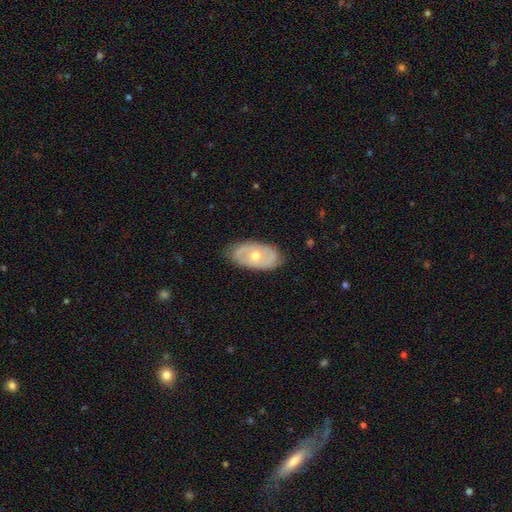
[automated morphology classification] Smooth or featured?
  - featured or disk: 62% *
  - smooth: 32%
  - star or artifact: 6%
Edge-on disk?
  - no: 89% *
  - yes: 11%
Bar?
  - no: 81% *
  - weak: 15%
  - strong: 4%
Spiral arms?
  - no: 55% *
  - yes: 45%
Bulge size?
  - moderate: 62% *
  - small: 34%
  - large: 2%
  - none: 1%
  - dominant: 1%
Merging?
  - none: 79% *
  - minor disturbance: 16%
  - major disturbance: 4%
  - merger: 1%